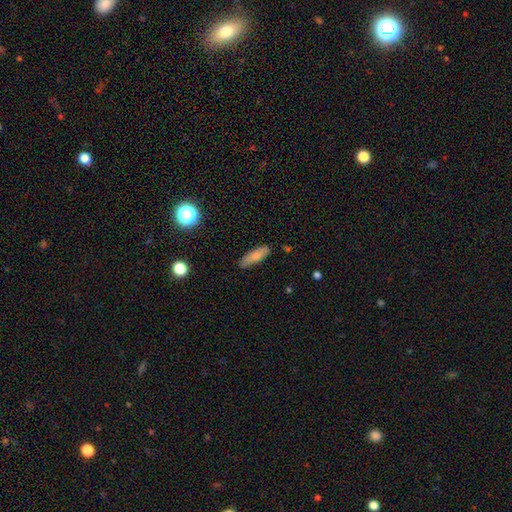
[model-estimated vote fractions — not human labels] Q: Smooth or featured?
A: smooth (79%); runner-up: featured or disk (13%)
Q: How rounded?
A: in between (53%); runner-up: cigar-shaped (45%)
Q: Merging?
A: none (84%); runner-up: minor disturbance (12%)